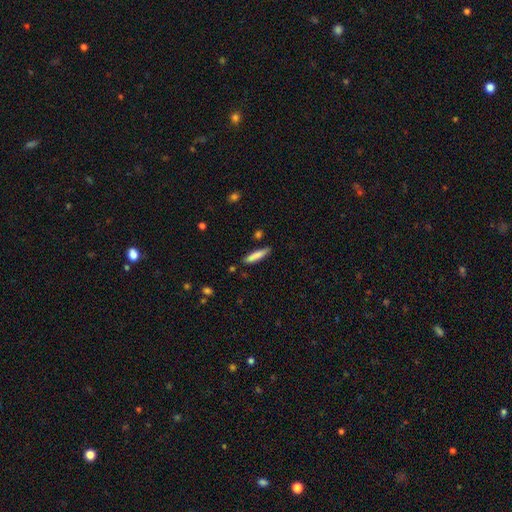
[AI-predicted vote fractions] Smooth or featured? smooth (80%)
How rounded? cigar-shaped (85%)
Merging? none (84%)